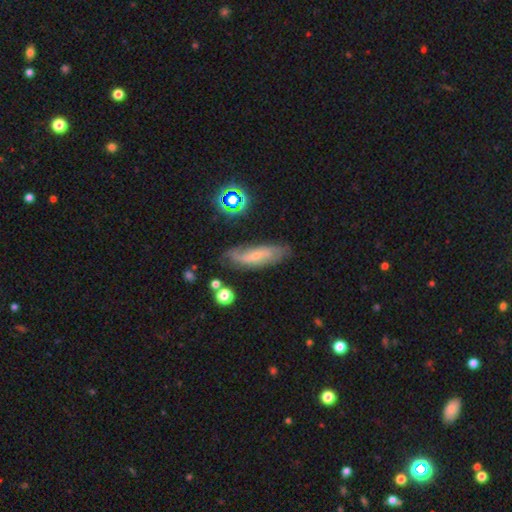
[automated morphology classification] This appears to be a featured or disk galaxy (60%). Merging: none (68%).